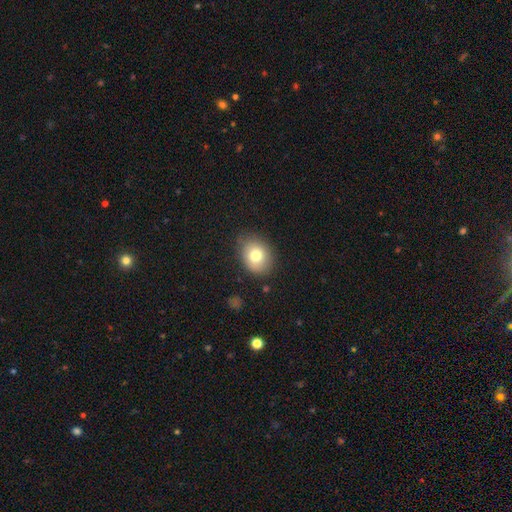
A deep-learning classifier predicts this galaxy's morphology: Q: Smooth or featured?
A: smooth (77%); runner-up: featured or disk (14%)
Q: How rounded?
A: round (52%); runner-up: in between (47%)
Q: Merging?
A: none (81%); runner-up: minor disturbance (14%)